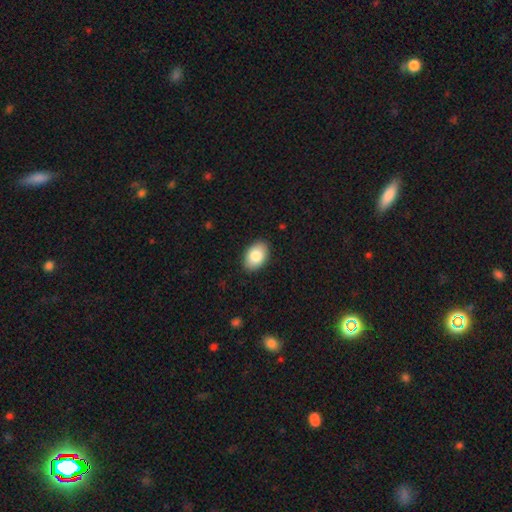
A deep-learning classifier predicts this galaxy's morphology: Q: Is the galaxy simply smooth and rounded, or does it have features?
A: smooth — 84%.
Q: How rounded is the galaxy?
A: in between — 89%.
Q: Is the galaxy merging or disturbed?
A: none — 89%.